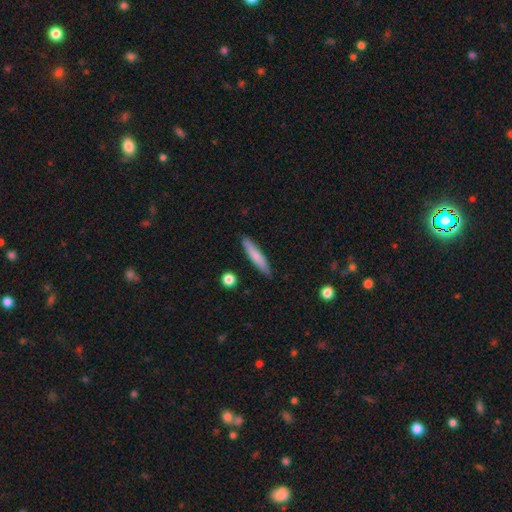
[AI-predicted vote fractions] smooth_or_featured: smooth (p=0.77) [alt: featured or disk p=0.17]
how_rounded: cigar-shaped (p=0.90) [alt: in between p=0.09]
merging: none (p=0.87) [alt: minor disturbance p=0.10]